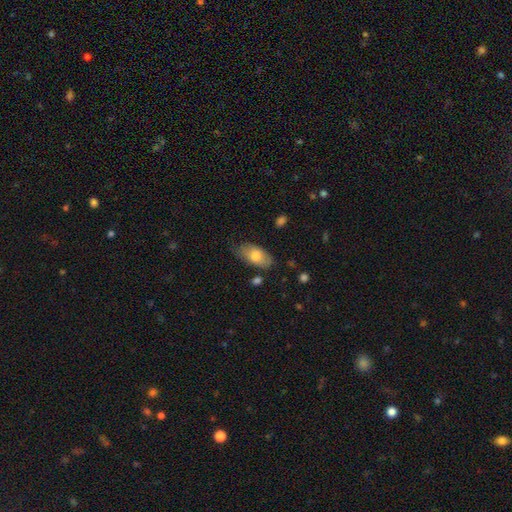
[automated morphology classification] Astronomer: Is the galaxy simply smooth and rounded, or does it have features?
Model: smooth — 75%.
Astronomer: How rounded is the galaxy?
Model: in between — 92%.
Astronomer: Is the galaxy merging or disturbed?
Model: none — 67%.